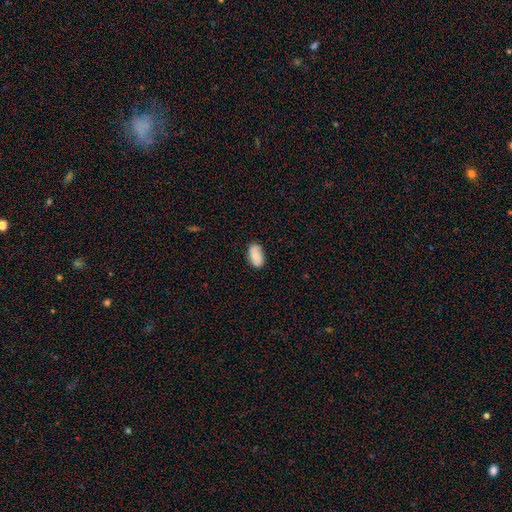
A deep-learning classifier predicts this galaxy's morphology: The model was most divided on "merging": none: 82%, minor disturbance: 14%, major disturbance: 3%, merger: 1%. More confident: how rounded — in between (94%); smooth or featured — smooth (82%).